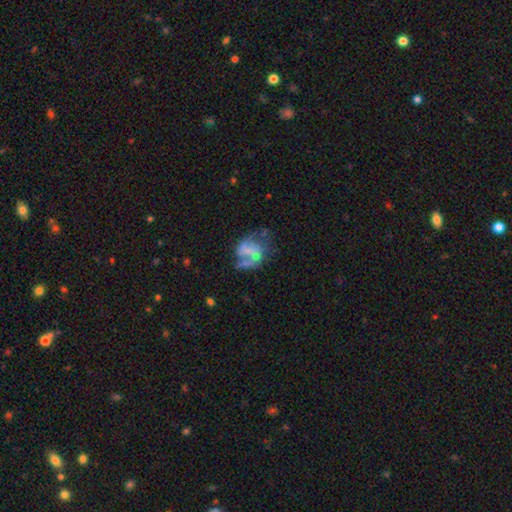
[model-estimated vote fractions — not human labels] Smooth or featured: featured or disk — 67% (smooth — 23%)
Edge-on disk: no — 98% (yes — 2%)
Bar: no — 58% (weak — 29%)
Spiral arms: yes — 66% (no — 34%)
Bulge size: none — 68% (small — 16%)
Merging: major disturbance — 37% (none — 35%)